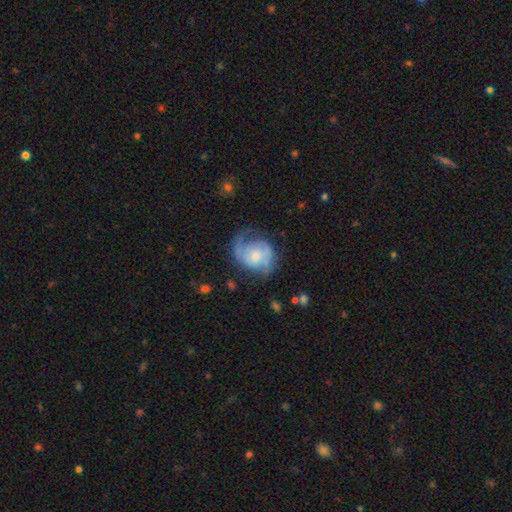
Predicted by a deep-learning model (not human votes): Smooth or featured? Predicted: featured or disk (p=0.65). Edge-on disk? Predicted: no (p=0.97). Bar? Predicted: no (p=0.70). Spiral arms? Predicted: yes (p=0.85). Spiral winding? Predicted: medium (p=0.41). Spiral arm count? Predicted: 2 (p=0.52). Bulge size? Predicted: moderate (p=0.43). Merging? Predicted: none (p=0.44).